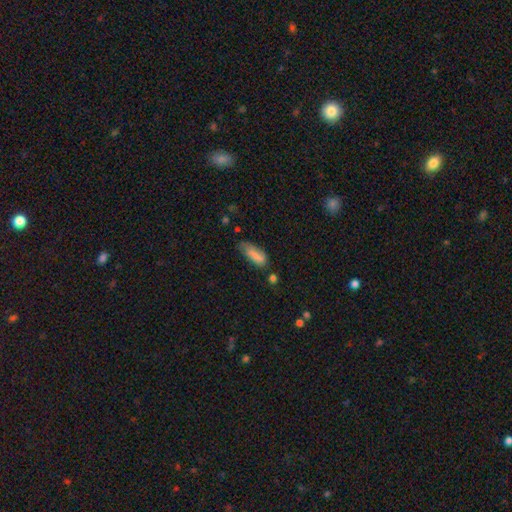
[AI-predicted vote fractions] smooth-or-featured: smooth: 81% | featured or disk: 11% | star or artifact: 8%
  how-rounded: in between: 60% | cigar-shaped: 38% | round: 2%
  merging: none: 47% | minor disturbance: 35% | major disturbance: 12% | merger: 6%